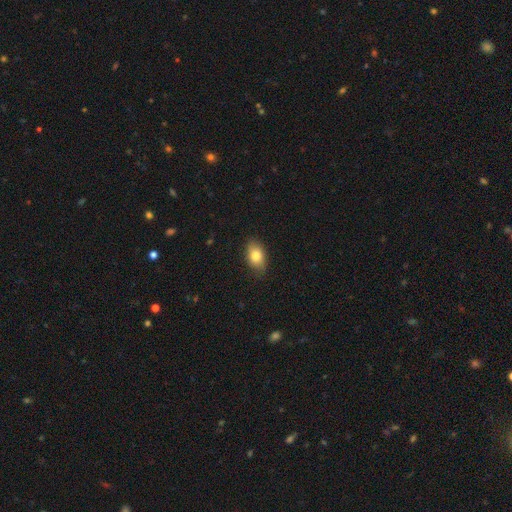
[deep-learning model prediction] This is clearly a smooth galaxy (80%). How rounded: clearly in between (87%). Merging: clearly none (83%).